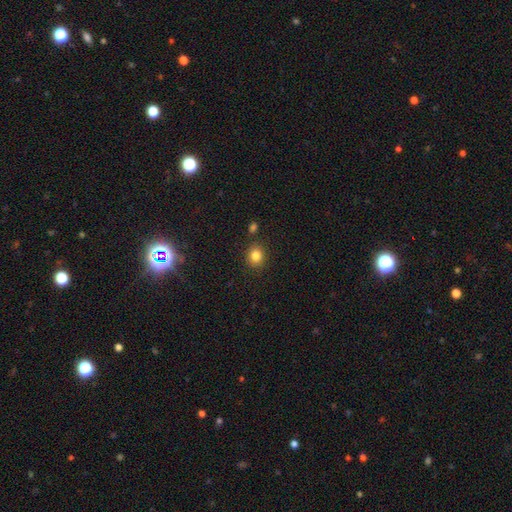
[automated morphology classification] type=smooth (83%); roundness=round (74%); merging=none (85%).